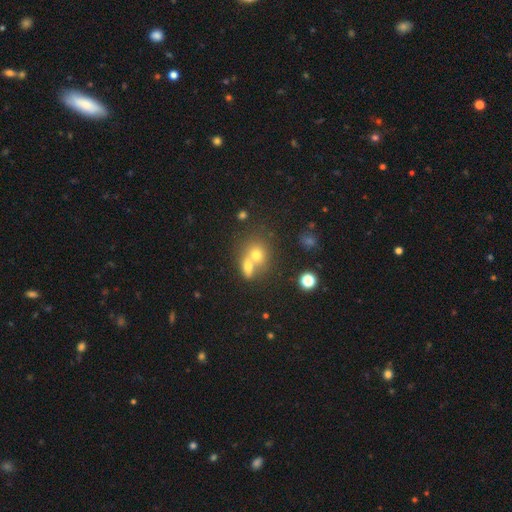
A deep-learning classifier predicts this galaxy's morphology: Overall: smooth (67%). How rounded: round (63%; in between 36%). Merging: merger (60%; none 30%).